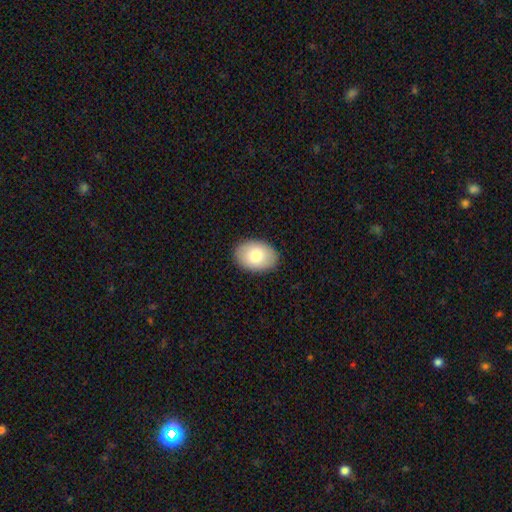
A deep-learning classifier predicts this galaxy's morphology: A smooth galaxy with no disk features (82%) that is in between round and cigar-shaped (84%). Merging: none (89%).